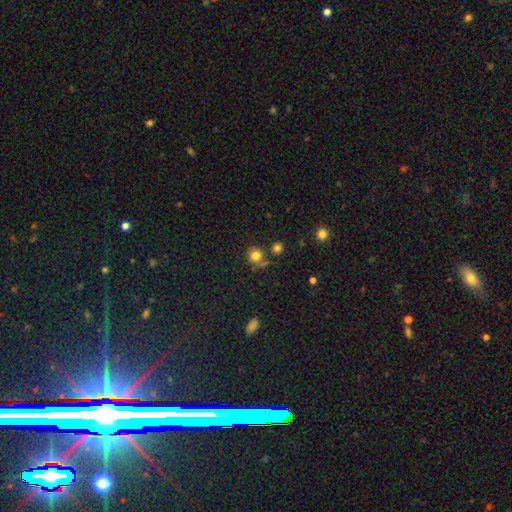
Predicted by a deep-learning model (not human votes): This is likely a smooth galaxy (80%). How rounded: clearly round (87%). Merging: likely none (65%).